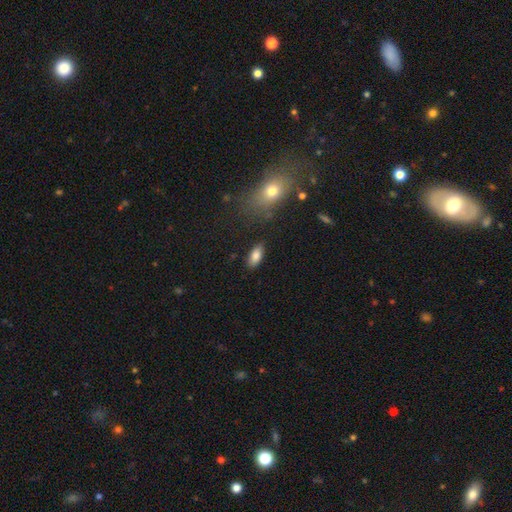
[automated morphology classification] This is clearly a smooth galaxy (83%). How rounded: clearly in between (88%). Merging: clearly none (85%).